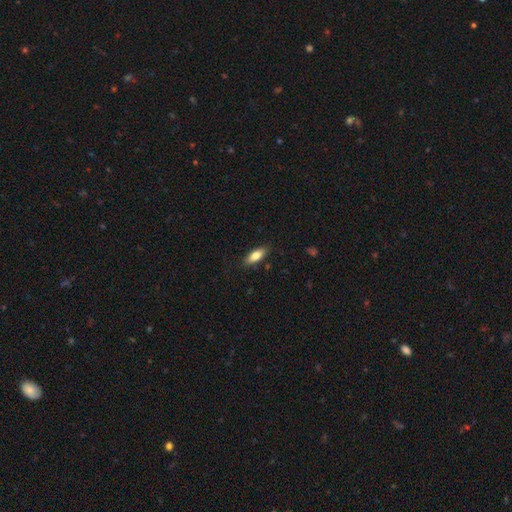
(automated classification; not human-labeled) Overall: smooth (79%). How rounded: in between (75%). Merging: none (85%).